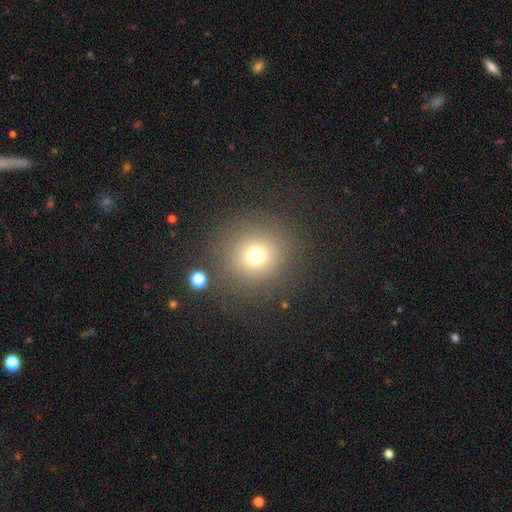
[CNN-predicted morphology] Overall: smooth (71%). How rounded: round (92%). Merging: none (85%).